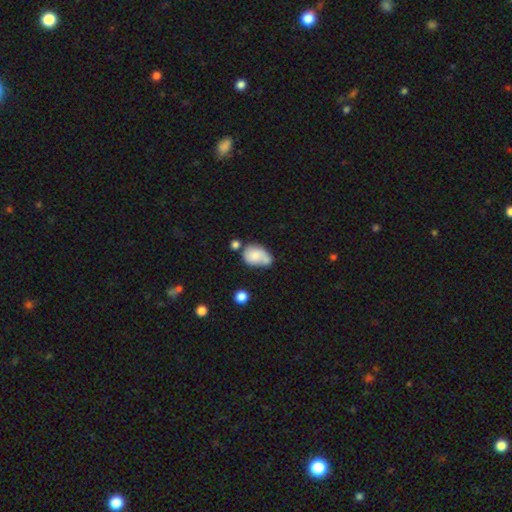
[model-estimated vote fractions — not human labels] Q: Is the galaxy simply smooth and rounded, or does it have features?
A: smooth — 72%.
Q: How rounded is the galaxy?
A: in between — 75%.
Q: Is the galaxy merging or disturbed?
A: none — 31%.